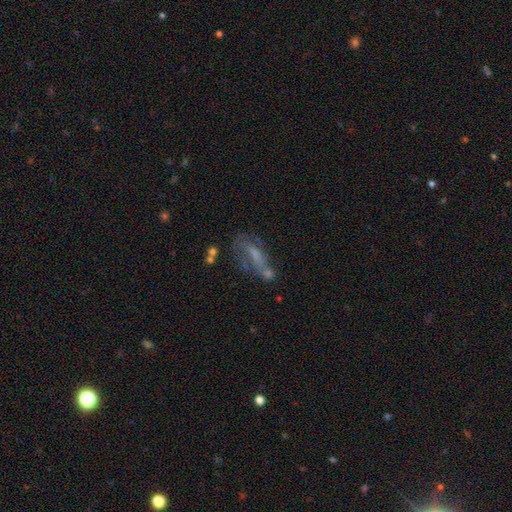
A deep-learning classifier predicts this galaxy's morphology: Smooth or featured? featured or disk (52%)
Edge-on disk? no (82%)
Merging? none (36%)